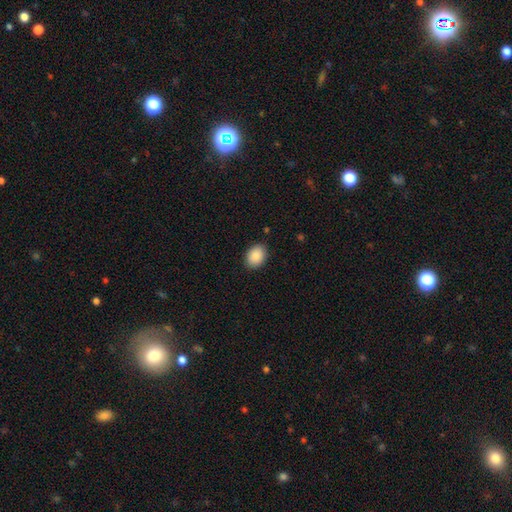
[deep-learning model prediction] smooth-or-featured: smooth: 90% | star or artifact: 7% | featured or disk: 4%
  how-rounded: in between: 75% | round: 24% | cigar-shaped: 1%
  merging: none: 88% | minor disturbance: 9% | major disturbance: 2% | merger: 1%